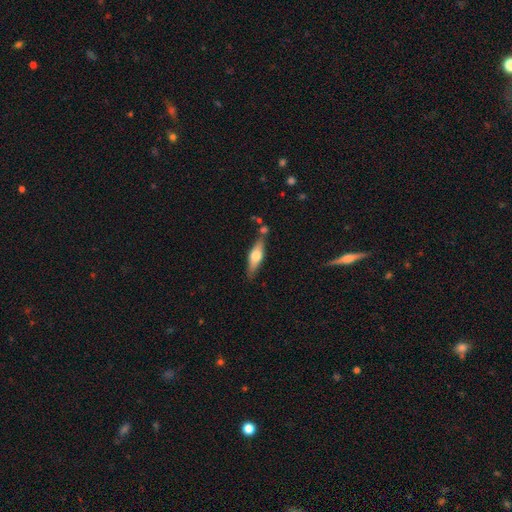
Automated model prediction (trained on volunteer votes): This appears to be a featured or disk galaxy (48%). Merging: none (73%).